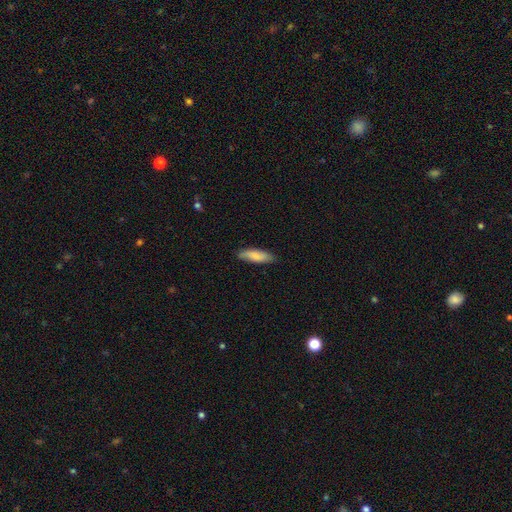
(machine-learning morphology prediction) Q: Smooth or featured?
A: smooth (81%); runner-up: featured or disk (14%)
Q: How rounded?
A: in between (50%); runner-up: cigar-shaped (48%)
Q: Merging?
A: none (84%); runner-up: minor disturbance (13%)